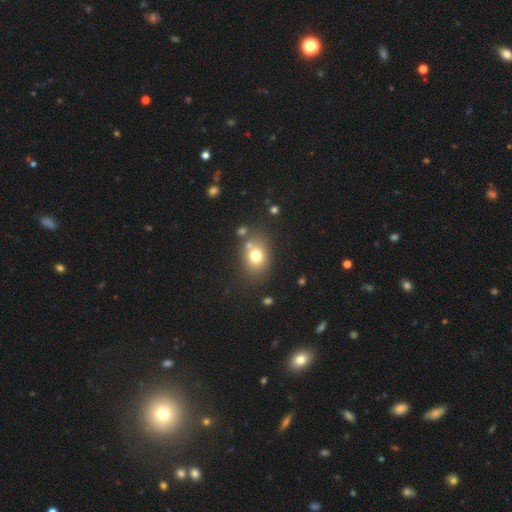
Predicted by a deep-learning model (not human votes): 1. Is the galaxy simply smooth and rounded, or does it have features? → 73% smooth, 14% featured or disk, 13% star or artifact.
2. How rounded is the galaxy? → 50% in between, 49% round, 1% cigar-shaped.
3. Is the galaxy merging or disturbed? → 71% none, 12% minor disturbance, 12% merger, 5% major disturbance.